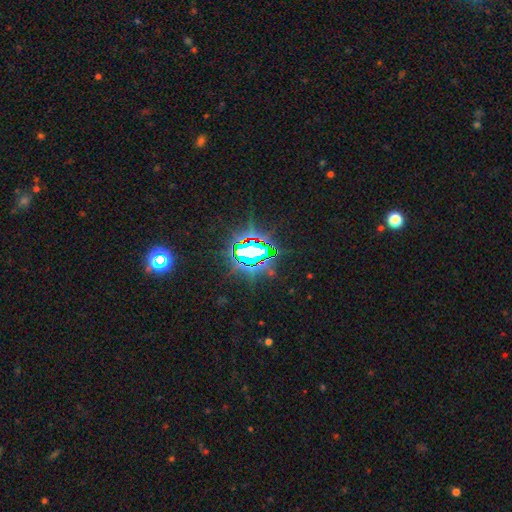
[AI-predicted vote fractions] The model was most divided on "smooth or featured": star or artifact: 80%, featured or disk: 10%, smooth: 10%.